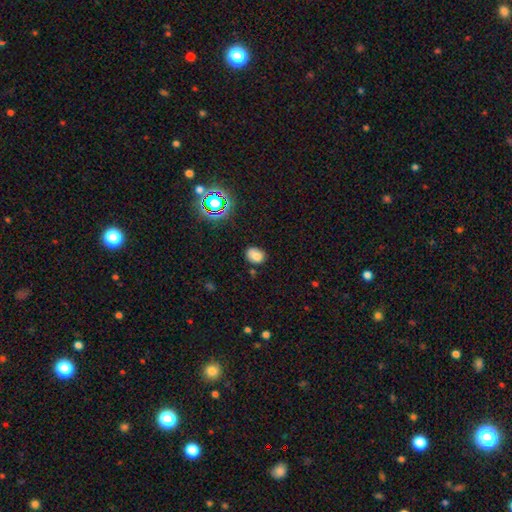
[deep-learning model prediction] smooth 76%, star or artifact 15%, featured or disk 9%. Down the decision tree: how rounded — in between (57%); merging — none (71%).